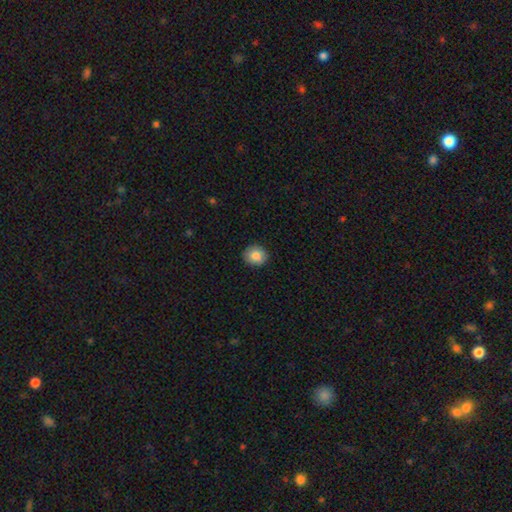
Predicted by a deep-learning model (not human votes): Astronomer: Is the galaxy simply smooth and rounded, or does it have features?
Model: smooth — 84%.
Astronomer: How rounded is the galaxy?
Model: round — 77%.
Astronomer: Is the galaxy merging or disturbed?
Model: none — 88%.